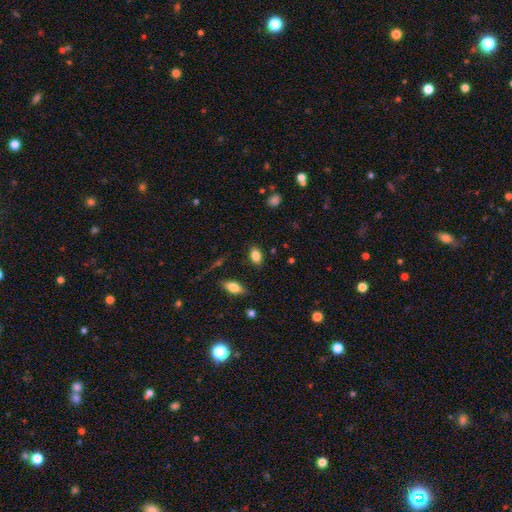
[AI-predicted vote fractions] Q: Smooth or featured?
A: smooth (85%); runner-up: star or artifact (9%)
Q: How rounded?
A: in between (85%); runner-up: round (13%)
Q: Merging?
A: none (85%); runner-up: minor disturbance (10%)